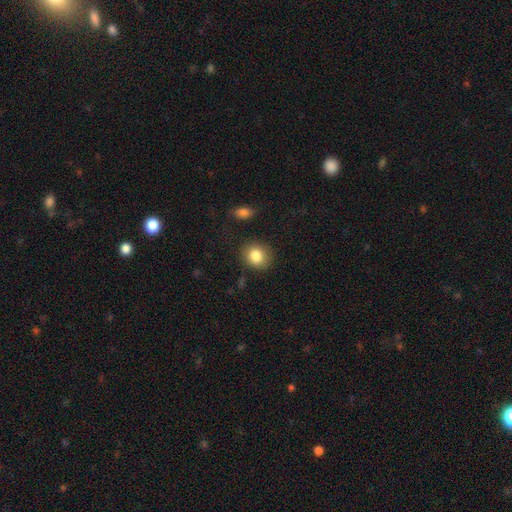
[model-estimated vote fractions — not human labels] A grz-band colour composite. It shows a smooth galaxy with no disk features (84%) that is round (71%). Merging: none (85%).